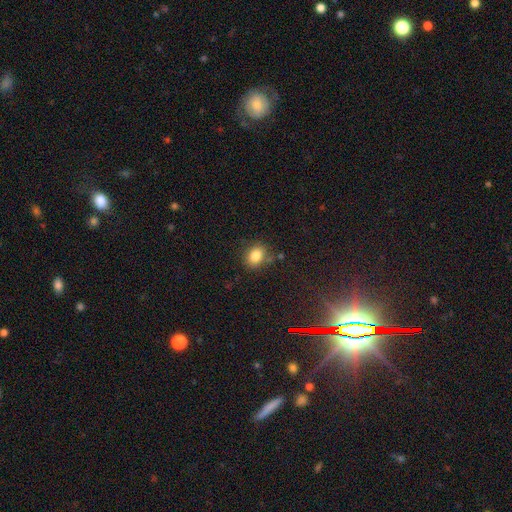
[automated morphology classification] The model was most divided on "how rounded": in between: 55%, round: 43%, cigar-shaped: 1%. More confident: smooth or featured — smooth (83%); merging — none (79%).